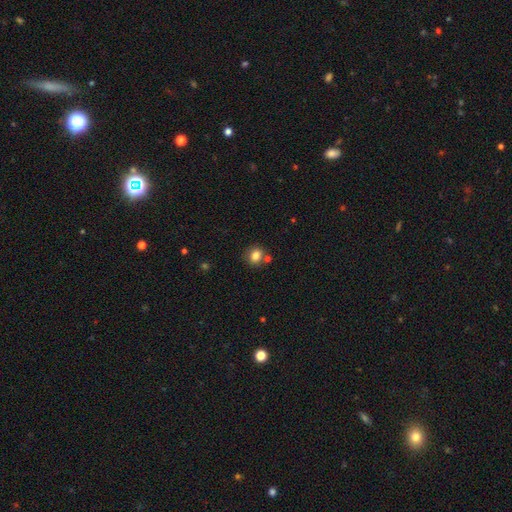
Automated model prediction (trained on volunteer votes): A smooth galaxy with no disk features (82%) that is round (69%).

Vote fractions:
- Smooth or featured? smooth: 82% / star or artifact: 11% / featured or disk: 7%
- How rounded? round: 69% / in between: 30% / cigar-shaped: 1%
- Merging? none: 70% / merger: 14% / minor disturbance: 12% / major disturbance: 3%